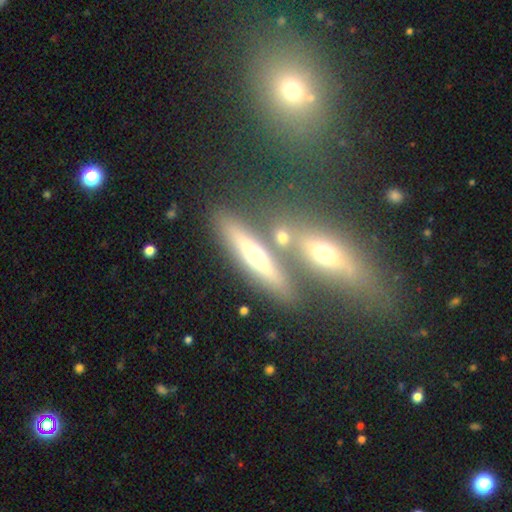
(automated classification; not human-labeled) A featured or disk galaxy (47%).

Vote fractions:
- Smooth or featured? featured or disk: 47% / smooth: 43% / star or artifact: 10%
- Merging? none: 60% / merger: 25% / minor disturbance: 10% / major disturbance: 4%